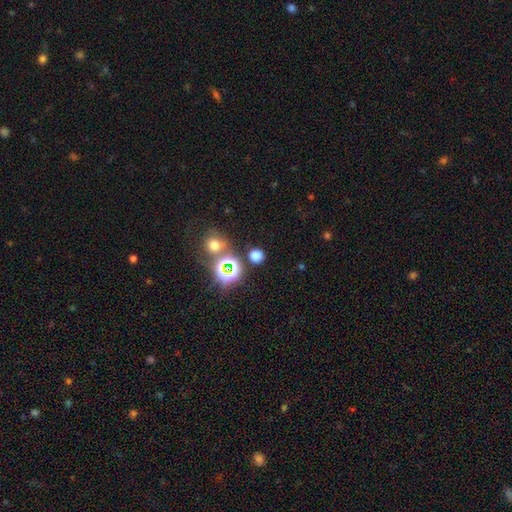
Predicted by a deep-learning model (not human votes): smooth_or_featured: smooth (p=0.65) [alt: star or artifact p=0.29]
how_rounded: round (p=0.88) [alt: in between p=0.11]
merging: none (p=0.82) [alt: minor disturbance p=0.08]